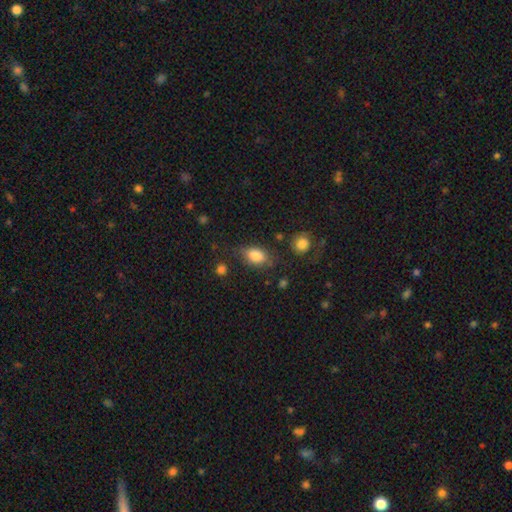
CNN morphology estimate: Overall: smooth (81%). How rounded: in between (84%). Merging: none (67%).